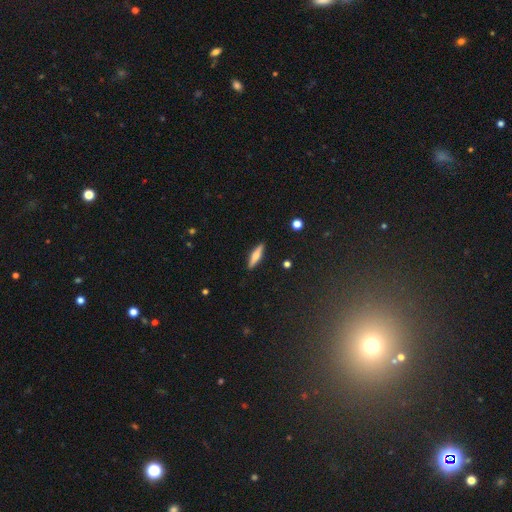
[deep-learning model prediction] Smooth or featured?
  - smooth: 61% *
  - featured or disk: 32%
  - star or artifact: 7%
How rounded?
  - cigar-shaped: 76% *
  - in between: 22%
  - round: 2%
Merging?
  - none: 90% *
  - minor disturbance: 8%
  - major disturbance: 2%
  - merger: 1%